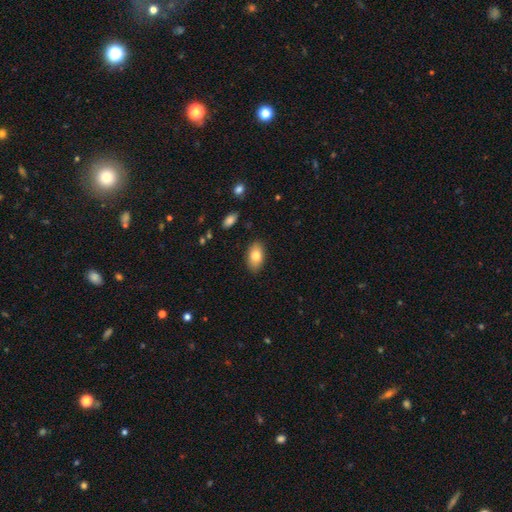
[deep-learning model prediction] Overall: smooth (82%). How rounded: in between (92%). Merging: none (86%).